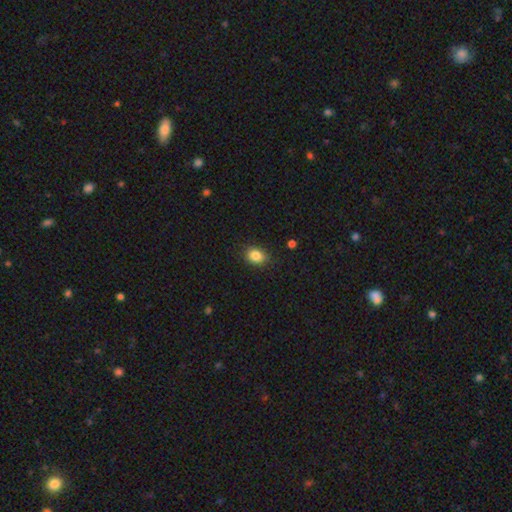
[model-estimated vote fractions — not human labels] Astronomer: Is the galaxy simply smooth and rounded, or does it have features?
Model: smooth — 85%.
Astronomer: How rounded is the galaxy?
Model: in between — 56% (runner-up: round, 43%).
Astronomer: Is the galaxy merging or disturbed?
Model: none — 85%.